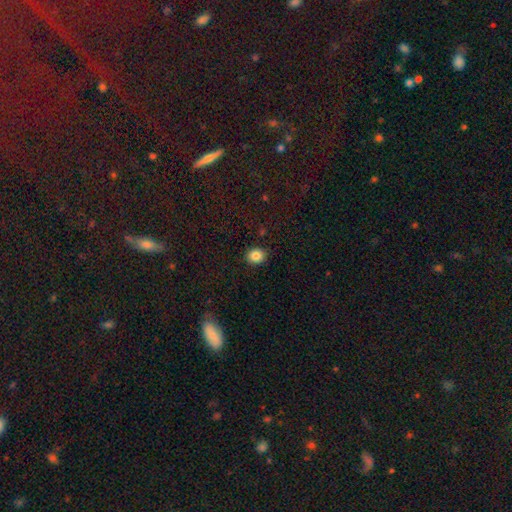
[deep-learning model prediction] This is clearly a smooth galaxy (85%). How rounded: likely round (67%). Merging: clearly none (89%).